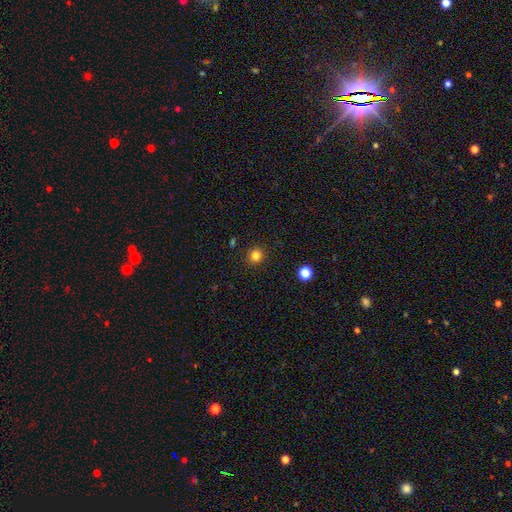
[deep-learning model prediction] This is clearly a smooth galaxy (81%). How rounded: clearly round (93%). Merging: clearly none (91%).